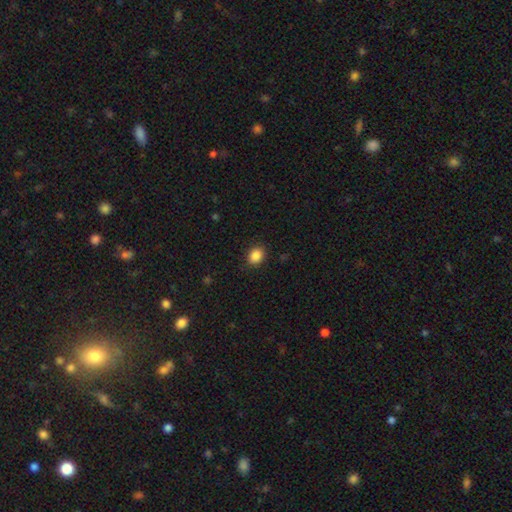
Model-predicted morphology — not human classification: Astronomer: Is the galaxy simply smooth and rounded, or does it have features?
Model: smooth — 87%.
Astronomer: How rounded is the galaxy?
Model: in between — 55% (runner-up: round, 44%).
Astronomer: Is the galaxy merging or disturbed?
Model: none — 88%.